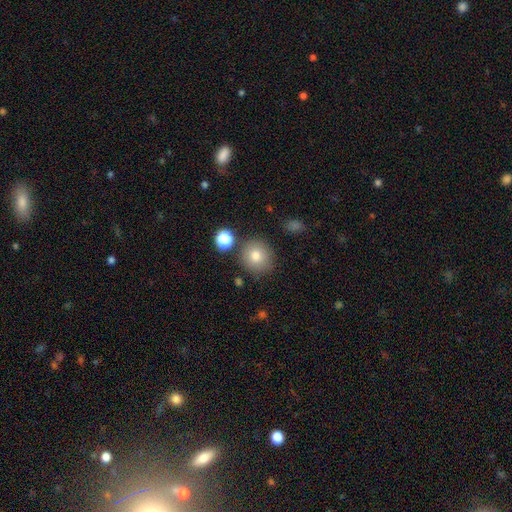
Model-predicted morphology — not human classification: A smooth galaxy with no disk features (79%) that is round (89%).

Vote fractions:
- Smooth or featured? smooth: 79% / star or artifact: 11% / featured or disk: 10%
- How rounded? round: 89% / in between: 10% / cigar-shaped: 1%
- Merging? none: 83% / minor disturbance: 9% / merger: 5% / major disturbance: 3%